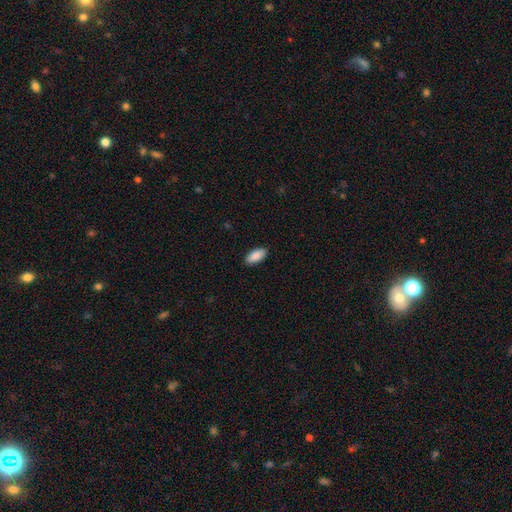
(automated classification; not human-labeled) smooth_or_featured: smooth (p=0.90) [alt: star or artifact p=0.06]
how_rounded: in between (p=0.90) [alt: cigar-shaped p=0.08]
merging: none (p=0.89) [alt: minor disturbance p=0.08]